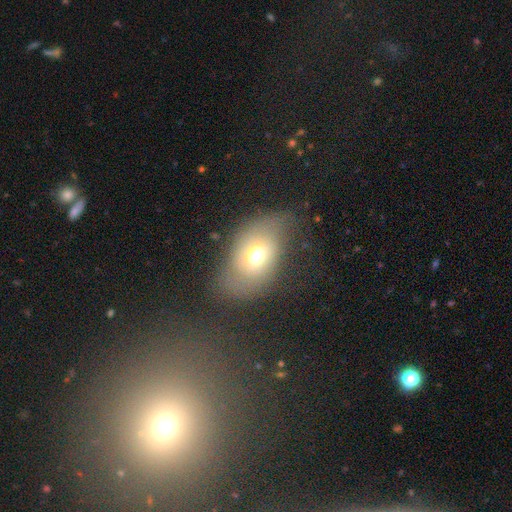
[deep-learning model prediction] The model was most divided on "merging": none: 49%, minor disturbance: 27%, major disturbance: 22%, merger: 3%. More confident: how rounded — in between (81%); smooth or featured — smooth (58%).